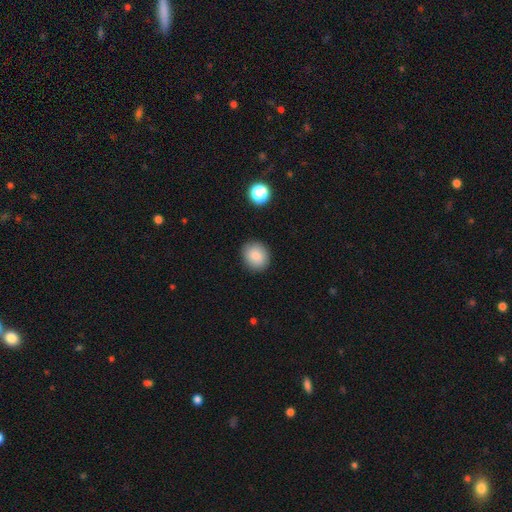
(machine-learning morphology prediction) Smooth or featured?
  - smooth: 85% *
  - star or artifact: 9%
  - featured or disk: 6%
How rounded?
  - round: 74% *
  - in between: 25%
  - cigar-shaped: 1%
Merging?
  - none: 88% *
  - minor disturbance: 9%
  - major disturbance: 2%
  - merger: 1%